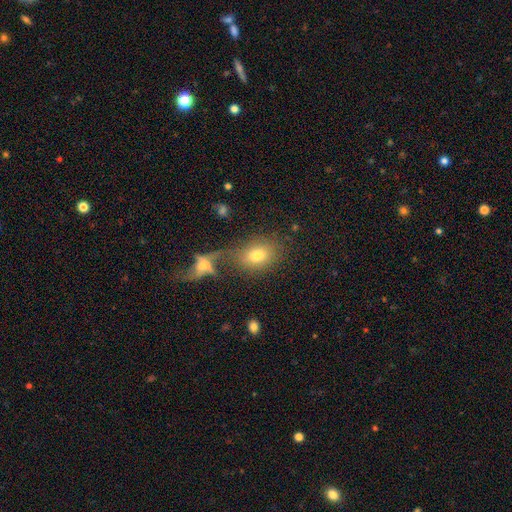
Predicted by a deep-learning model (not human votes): Smooth or featured? smooth (66%)
How rounded? in between (71%)
Merging? none (47%)